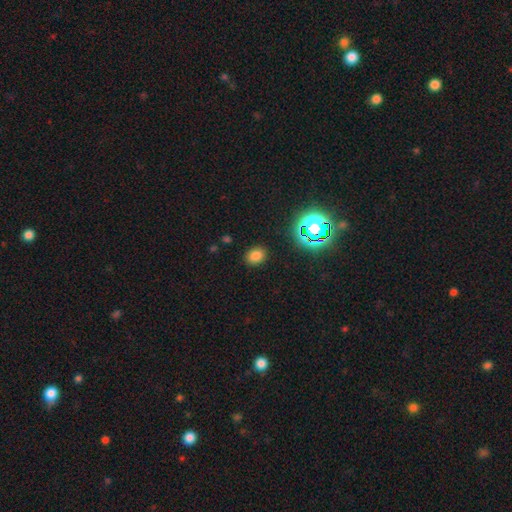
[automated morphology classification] This is likely a smooth galaxy (75%). How rounded: possibly in between (57%). Merging: clearly none (87%).